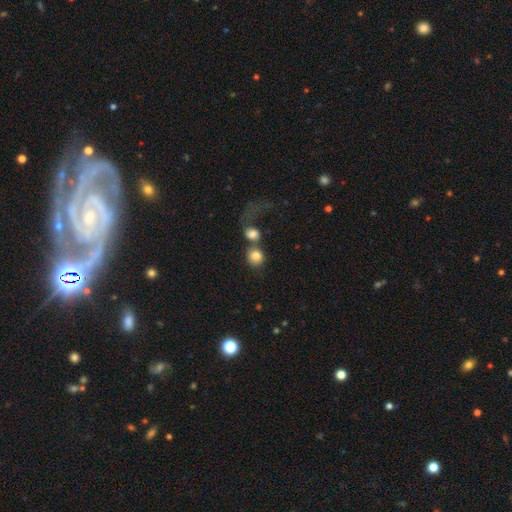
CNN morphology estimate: A smooth galaxy with no disk features (81%) that is round (82%).

Vote fractions:
- Smooth or featured? smooth: 81% / featured or disk: 10% / star or artifact: 9%
- How rounded? round: 82% / in between: 17% / cigar-shaped: 1%
- Merging? merger: 51% / none: 32% / major disturbance: 10% / minor disturbance: 8%